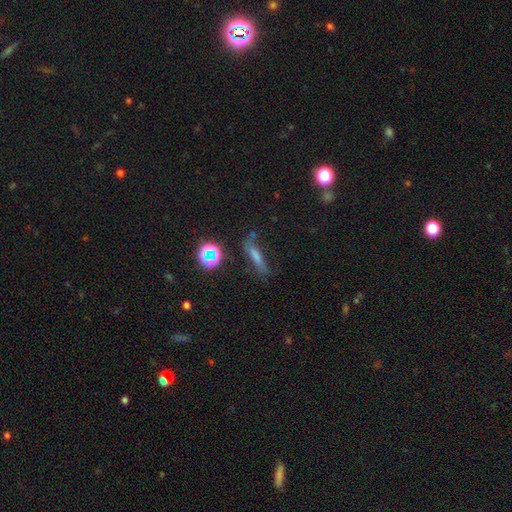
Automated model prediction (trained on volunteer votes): Smooth or featured? Predicted: smooth (p=0.45). Merging? Predicted: none (p=0.65).